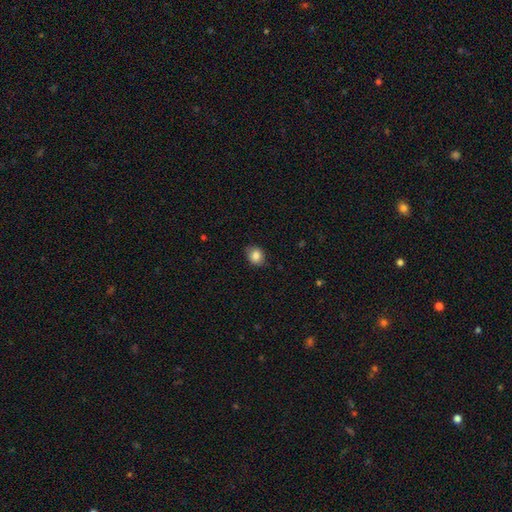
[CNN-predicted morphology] Overall: smooth (85%). How rounded: round (55%; in between 44%). Merging: none (81%).